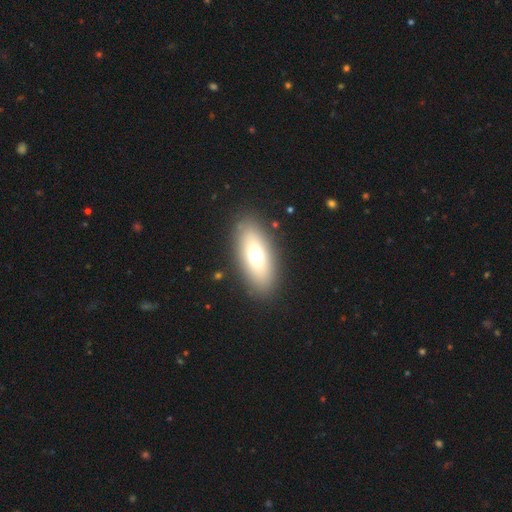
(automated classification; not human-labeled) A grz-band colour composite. It shows a smooth galaxy with no disk features (66%) that is in between round and cigar-shaped (78%). Merging: none (87%).